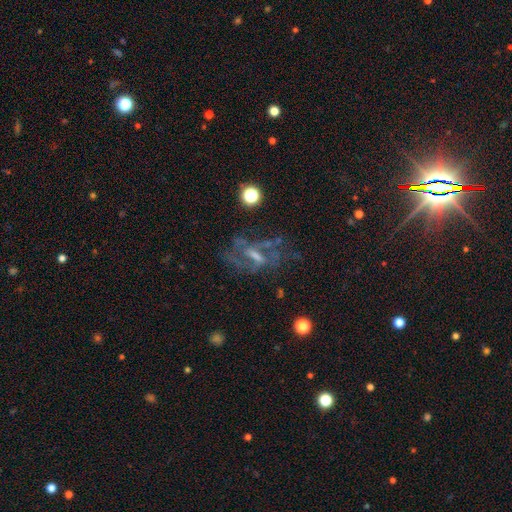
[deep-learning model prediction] featured or disk 70%, star or artifact 17%, smooth 13%. Down the decision tree: edge-on disk — no (91%); bar — weak (45%); spiral arms — yes (73%); bulge size — small (35%, tied with moderate); merging — none (54%).